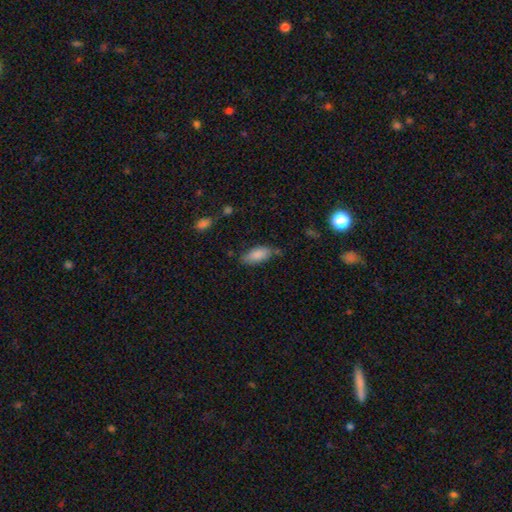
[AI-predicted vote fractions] Smooth or featured: smooth — 83% (featured or disk — 9%)
How rounded: in between — 83% (cigar-shaped — 15%)
Merging: none — 70% (minor disturbance — 21%)